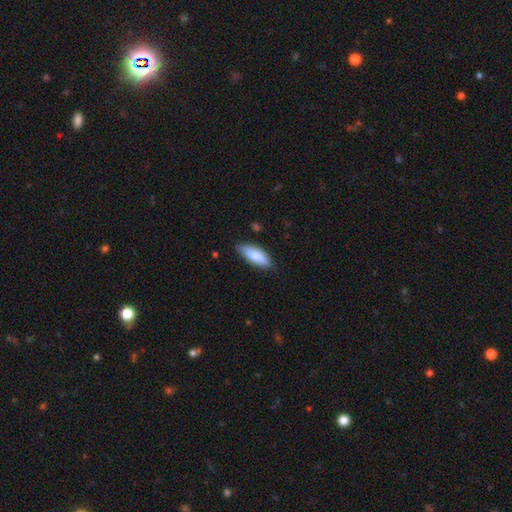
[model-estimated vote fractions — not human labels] A smooth galaxy with no disk features (83%) that is in between round and cigar-shaped (67%). Merging: none (78%).